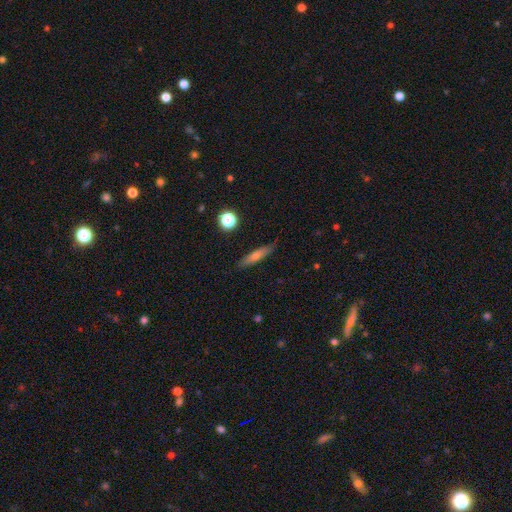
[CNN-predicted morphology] Smooth or featured?
  - smooth: 54% *
  - featured or disk: 38%
  - star or artifact: 8%
How rounded?
  - cigar-shaped: 82% *
  - in between: 15%
  - round: 3%
Merging?
  - none: 84% *
  - minor disturbance: 12%
  - major disturbance: 2%
  - merger: 1%